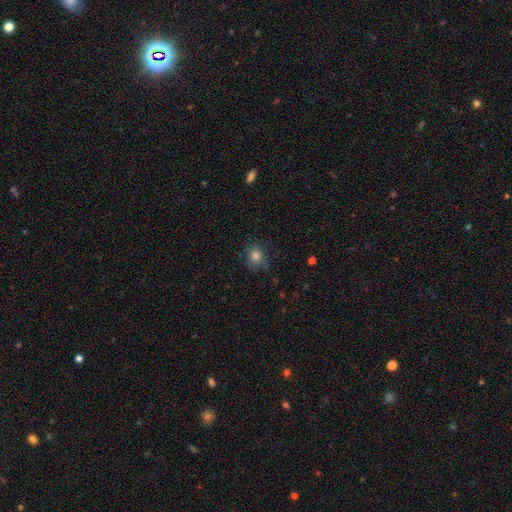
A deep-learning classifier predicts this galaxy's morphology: Smooth or featured? Predicted: smooth (p=0.80). How rounded? Predicted: round (p=0.75). Merging? Predicted: none (p=0.80).